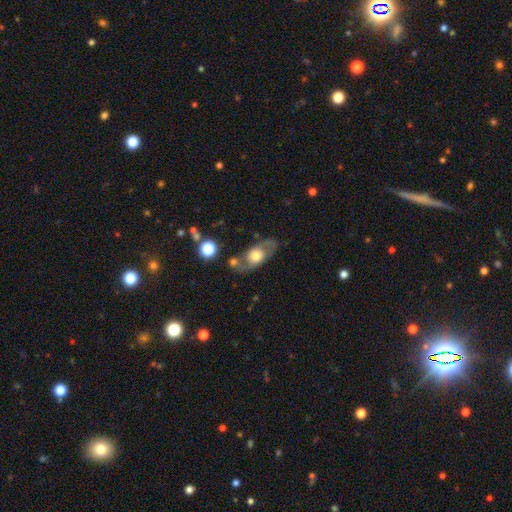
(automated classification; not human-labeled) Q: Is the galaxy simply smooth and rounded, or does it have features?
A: featured or disk — 55%.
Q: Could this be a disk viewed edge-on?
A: no — 83%.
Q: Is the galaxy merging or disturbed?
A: none — 63%.